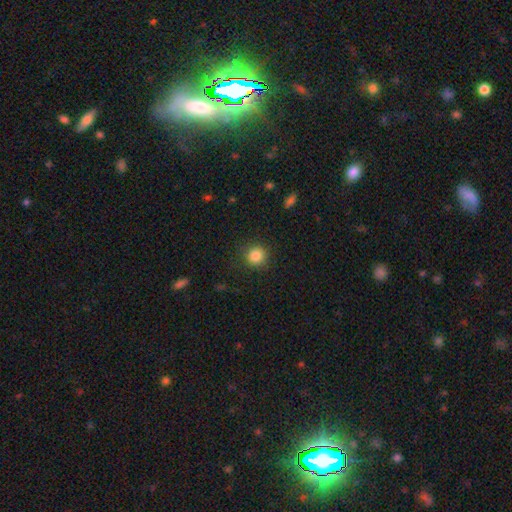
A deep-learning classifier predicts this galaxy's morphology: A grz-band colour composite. It shows a smooth galaxy with no disk features (85%) that is round (92%). Merging: none (88%).